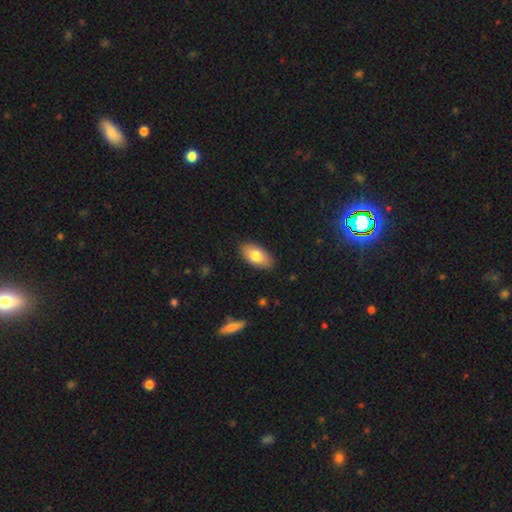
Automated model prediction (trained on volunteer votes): A smooth galaxy with no disk features (80%) that is in between round and cigar-shaped (94%). Merging: none (87%).